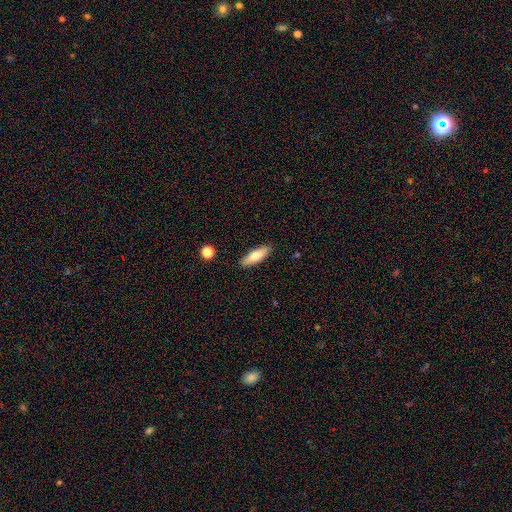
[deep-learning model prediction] Smooth or featured: smooth — 77% (featured or disk — 17%)
How rounded: in between — 50% (cigar-shaped — 48%)
Merging: none — 86% (minor disturbance — 10%)